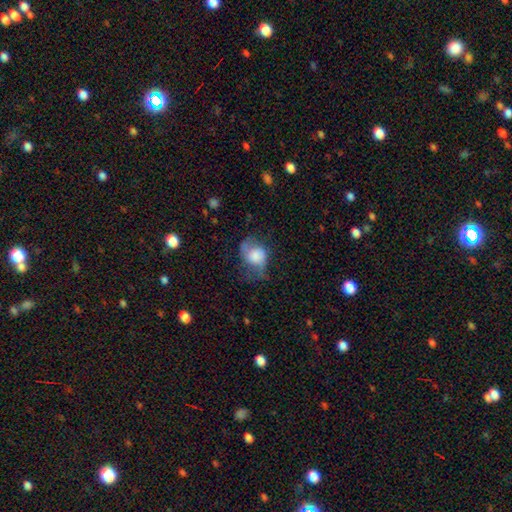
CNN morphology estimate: A smooth galaxy with no disk features (53%) that is round (51%). Merging: none (43%).